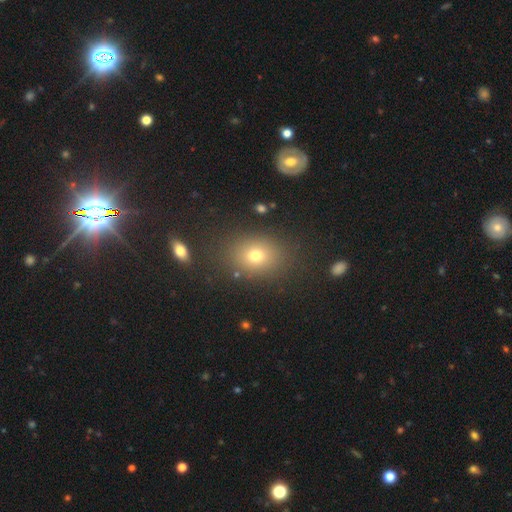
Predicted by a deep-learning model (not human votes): A smooth galaxy with no disk features (72%) that is round (54%).

Vote fractions:
- Smooth or featured? smooth: 72% / star or artifact: 16% / featured or disk: 12%
- How rounded? round: 54% / in between: 45% / cigar-shaped: 1%
- Merging? none: 82% / minor disturbance: 10% / major disturbance: 4% / merger: 3%